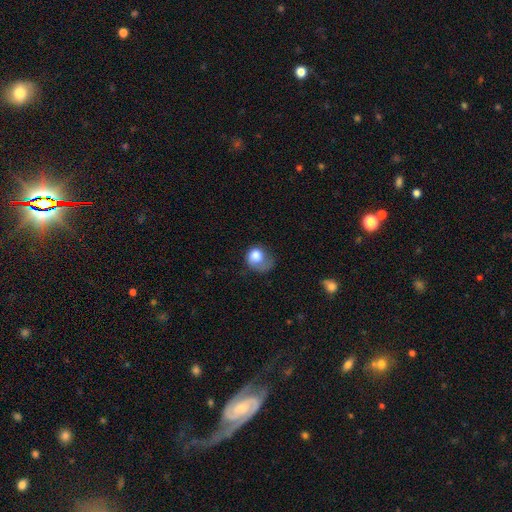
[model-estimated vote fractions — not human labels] Smooth or featured? Predicted: smooth (p=0.72). How rounded? Predicted: round (p=0.66). Merging? Predicted: major disturbance (p=0.46).